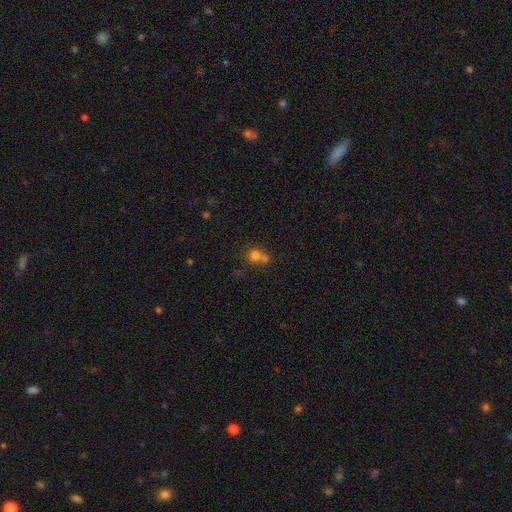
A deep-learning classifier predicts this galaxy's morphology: Smooth or featured?
  - smooth: 74% *
  - star or artifact: 15%
  - featured or disk: 11%
How rounded?
  - round: 84% *
  - in between: 15%
  - cigar-shaped: 1%
Merging?
  - merger: 45% *
  - none: 43%
  - minor disturbance: 8%
  - major disturbance: 4%